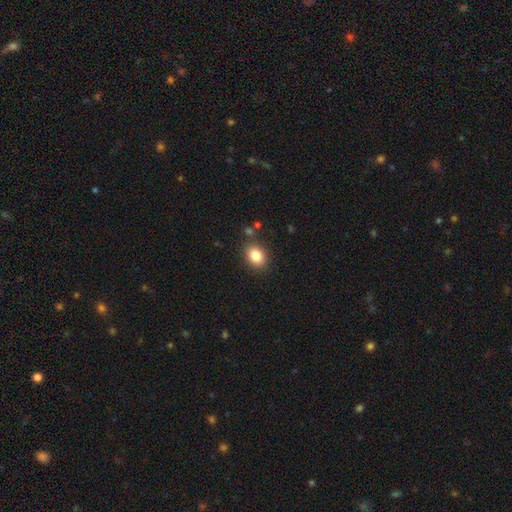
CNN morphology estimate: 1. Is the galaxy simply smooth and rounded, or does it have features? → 85% smooth, 9% star or artifact, 6% featured or disk.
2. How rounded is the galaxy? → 65% in between, 34% round, 1% cigar-shaped.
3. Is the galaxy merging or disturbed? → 84% none, 10% minor disturbance, 3% merger, 3% major disturbance.